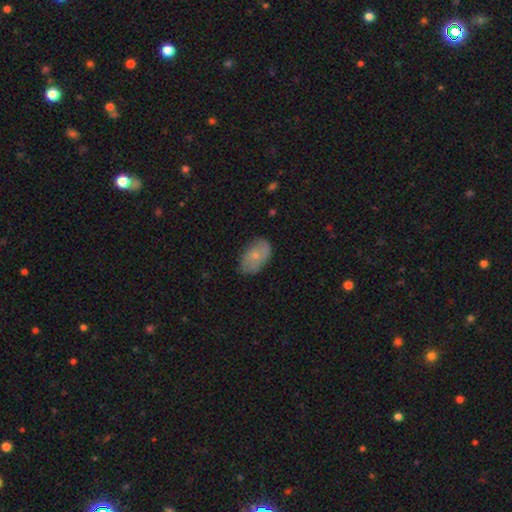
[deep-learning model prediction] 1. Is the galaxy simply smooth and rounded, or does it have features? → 68% smooth, 25% featured or disk, 7% star or artifact.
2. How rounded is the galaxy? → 91% in between, 8% round, 2% cigar-shaped.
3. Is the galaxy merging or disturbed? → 75% none, 20% minor disturbance, 4% major disturbance, 1% merger.